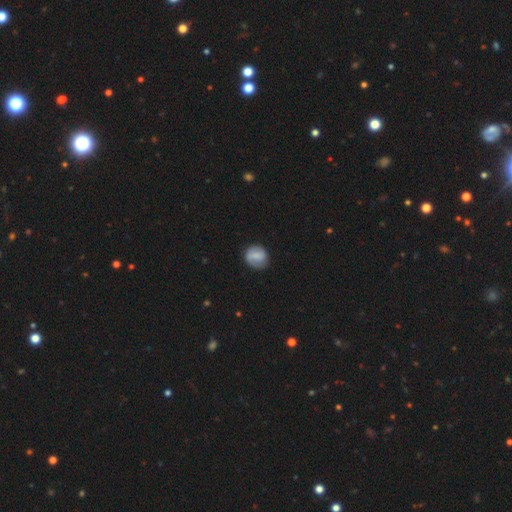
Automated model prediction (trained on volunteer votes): This is likely a smooth galaxy (64%). How rounded: clearly round (82%). Merging: likely none (75%).